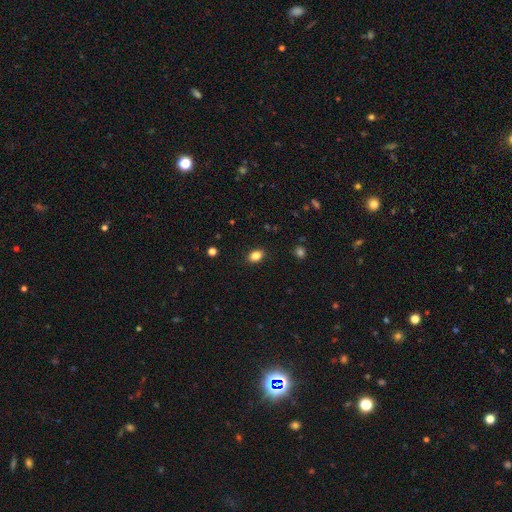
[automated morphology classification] The model was most divided on "how rounded": in between: 75%, round: 24%, cigar-shaped: 1%. More confident: merging — none (89%); smooth or featured — smooth (85%).